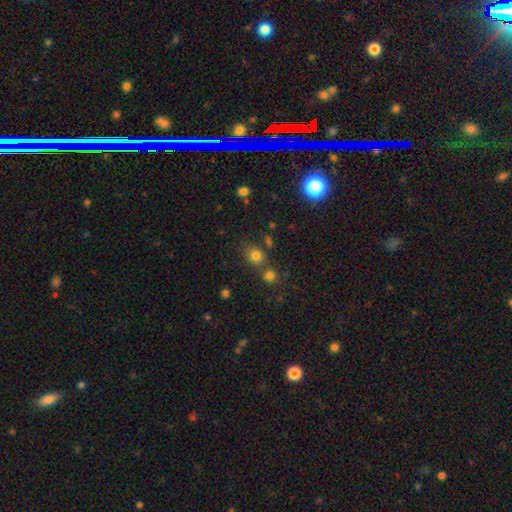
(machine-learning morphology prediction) smooth 77%, star or artifact 16%, featured or disk 7%. Down the decision tree: how rounded — round (70%); merging — none (65%).